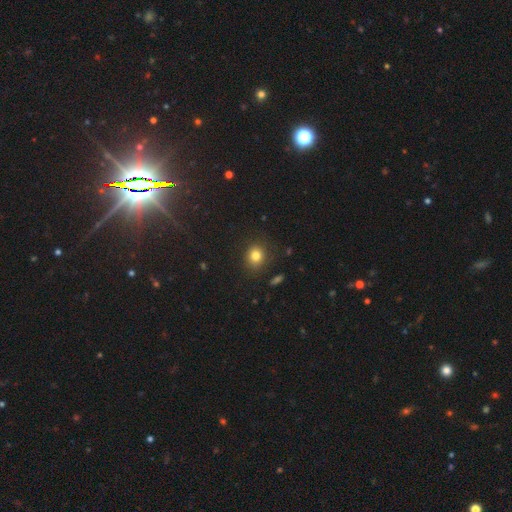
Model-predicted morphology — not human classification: Smooth or featured? Predicted: smooth (p=0.81). How rounded? Predicted: round (p=0.76). Merging? Predicted: none (p=0.85).